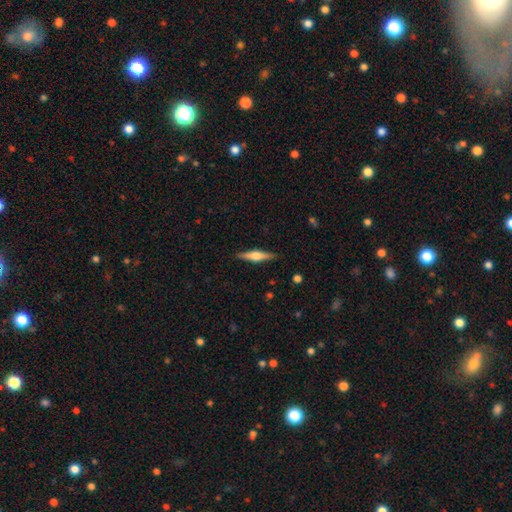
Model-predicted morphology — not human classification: This appears to be a featured or disk galaxy (64%) viewed edge-on (97%) with a rounded central bulge (91%). Merging: none (90%).